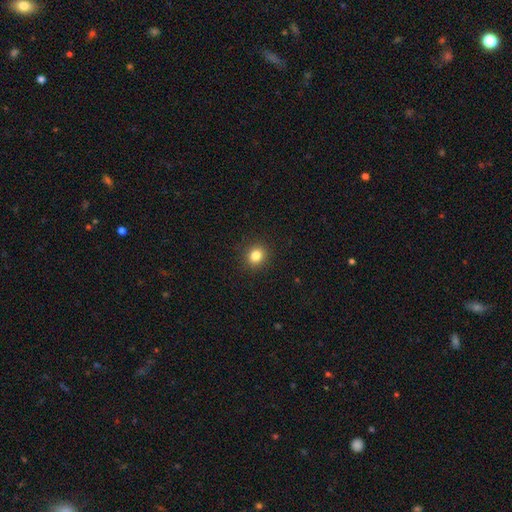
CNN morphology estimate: A smooth galaxy with no disk features (83%) that is round (80%). Merging: none (91%).